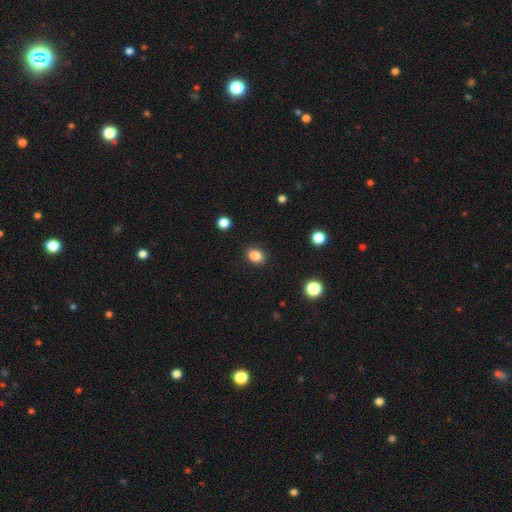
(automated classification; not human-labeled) Smooth or featured: smooth — 85% (star or artifact — 10%)
How rounded: in between — 63% (round — 36%)
Merging: none — 87% (minor disturbance — 9%)